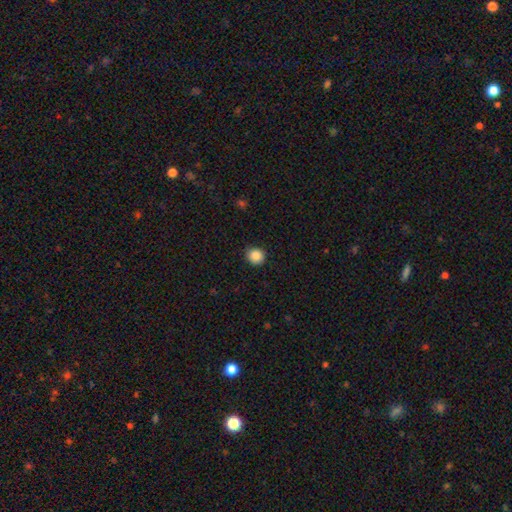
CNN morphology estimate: The model was most divided on "smooth or featured": smooth: 87%, star or artifact: 9%, featured or disk: 3%. More confident: how rounded — round (89%); merging — none (89%).